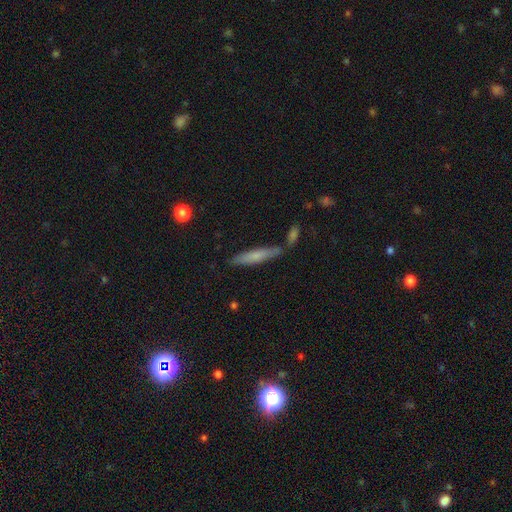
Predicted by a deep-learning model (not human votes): smooth 65%, featured or disk 29%, star or artifact 7%. Down the decision tree: how rounded — cigar-shaped (89%); merging — none (76%).